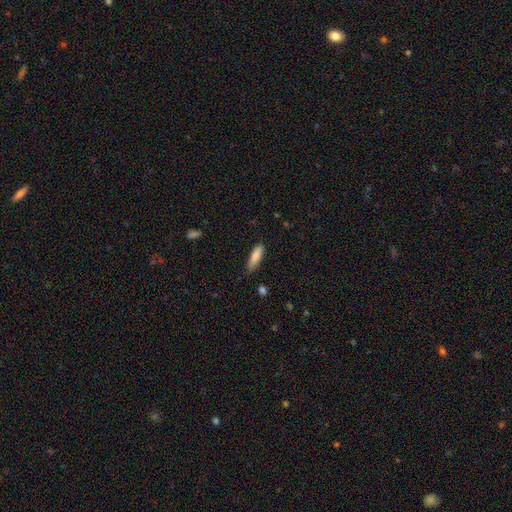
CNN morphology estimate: Smooth or featured? smooth (85%)
How rounded? cigar-shaped (57%)
Merging? none (77%)